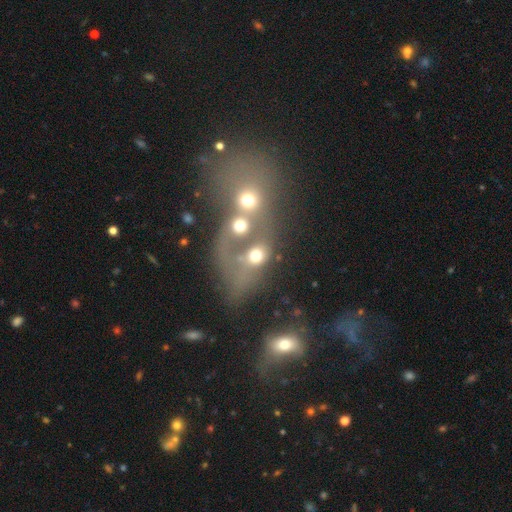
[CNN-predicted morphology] Smooth or featured?
  - smooth: 55% *
  - featured or disk: 29%
  - star or artifact: 16%
How rounded?
  - round: 59% *
  - in between: 40%
  - cigar-shaped: 2%
Merging?
  - merger: 72% *
  - major disturbance: 12%
  - none: 11%
  - minor disturbance: 5%